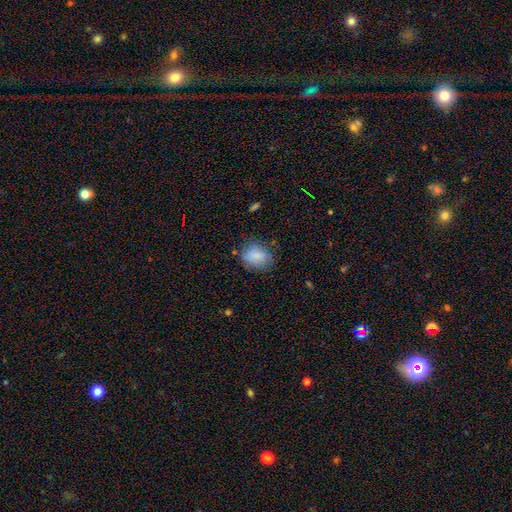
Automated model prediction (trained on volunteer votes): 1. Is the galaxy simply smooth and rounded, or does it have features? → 82% smooth, 10% featured or disk, 8% star or artifact.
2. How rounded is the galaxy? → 56% in between, 42% round, 1% cigar-shaped.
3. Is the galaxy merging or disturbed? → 69% none, 23% minor disturbance, 6% major disturbance, 2% merger.